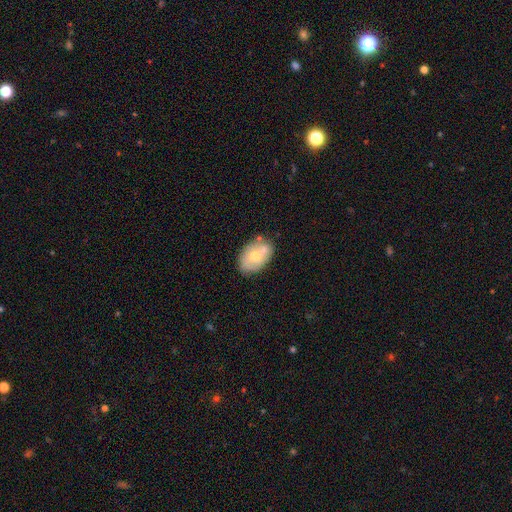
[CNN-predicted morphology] type=smooth (55%); roundness=in between (84%); merging=none (61%).